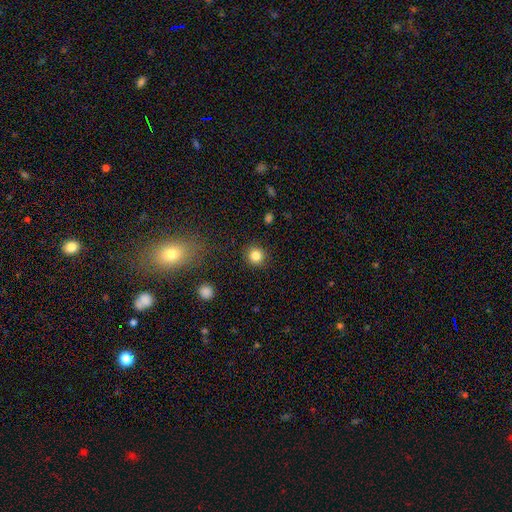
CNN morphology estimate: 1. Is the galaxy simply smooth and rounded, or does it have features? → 83% smooth, 12% star or artifact, 5% featured or disk.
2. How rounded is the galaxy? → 93% round, 7% in between, 1% cigar-shaped.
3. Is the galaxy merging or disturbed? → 91% none, 6% minor disturbance, 2% major disturbance, 1% merger.